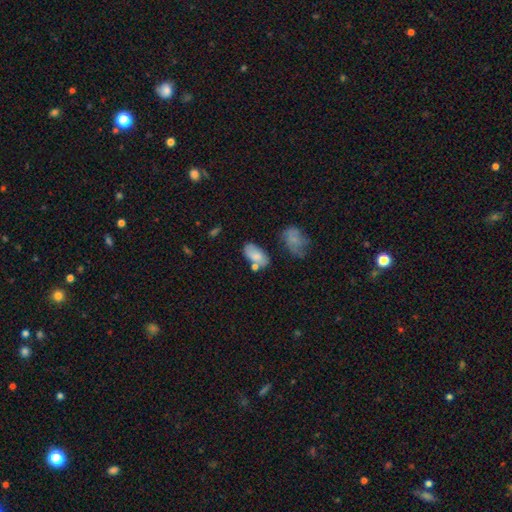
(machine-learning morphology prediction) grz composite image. It shows a smooth galaxy with no disk features (76%) that is in between round and cigar-shaped (92%). Merging: none (49%).